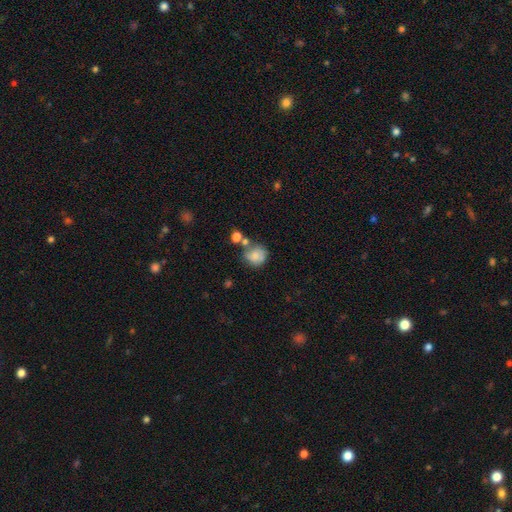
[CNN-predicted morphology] smooth-or-featured: smooth: 75% | featured or disk: 15% | star or artifact: 10%
  how-rounded: round: 78% | in between: 21% | cigar-shaped: 1%
  merging: none: 52% | minor disturbance: 21% | merger: 19% | major disturbance: 7%